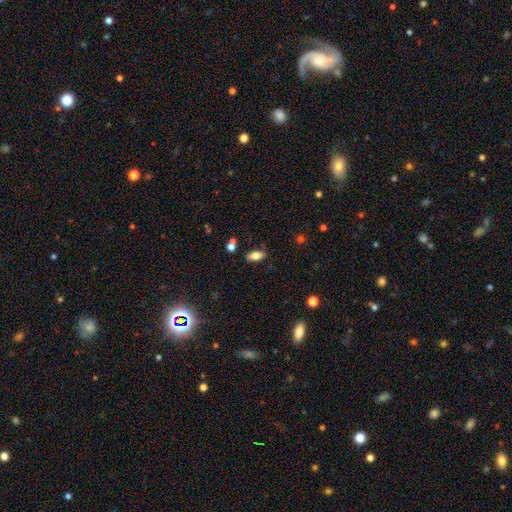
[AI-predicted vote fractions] Smooth or featured?
  - smooth: 72% *
  - featured or disk: 19%
  - star or artifact: 9%
How rounded?
  - in between: 87% *
  - cigar-shaped: 10%
  - round: 4%
Merging?
  - none: 81% *
  - minor disturbance: 12%
  - merger: 4%
  - major disturbance: 3%